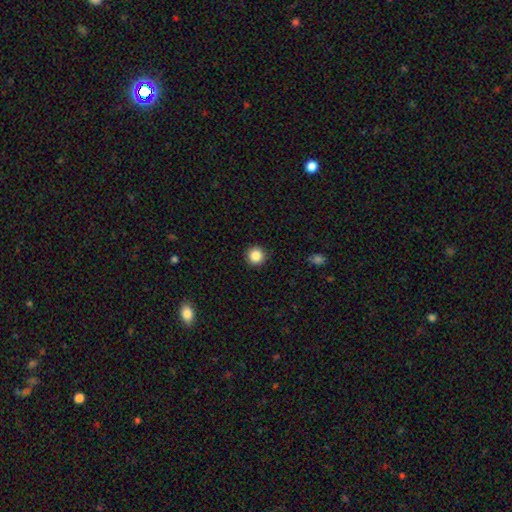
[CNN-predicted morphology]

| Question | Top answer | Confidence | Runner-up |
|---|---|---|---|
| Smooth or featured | smooth | 85% | star or artifact (10%) |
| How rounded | round | 95% | in between (4%) |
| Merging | none | 92% | minor disturbance (5%) |